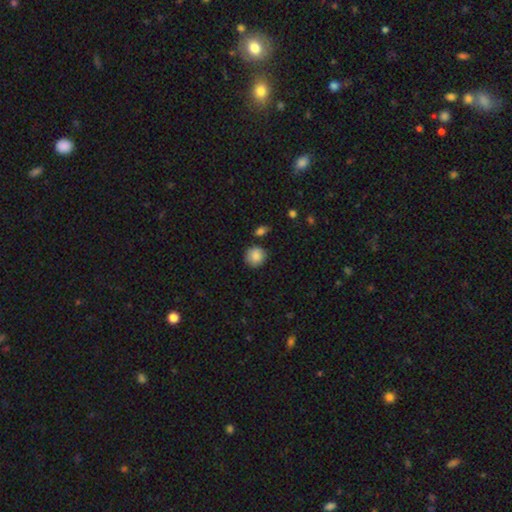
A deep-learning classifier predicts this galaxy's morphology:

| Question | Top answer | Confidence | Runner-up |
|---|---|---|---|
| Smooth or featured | smooth | 87% | star or artifact (8%) |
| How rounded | round | 88% | in between (11%) |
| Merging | none | 80% | minor disturbance (13%) |